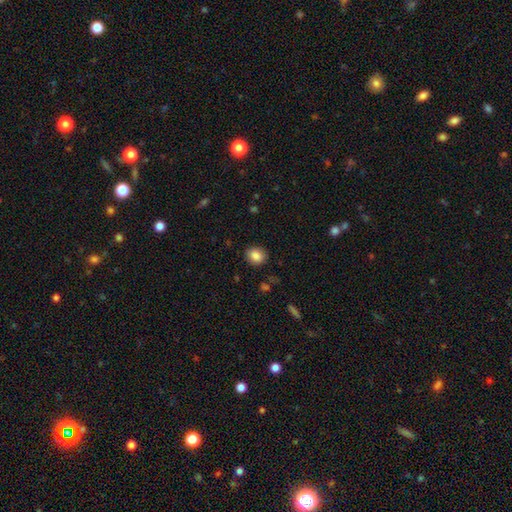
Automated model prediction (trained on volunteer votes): This is clearly a smooth galaxy (86%). How rounded: likely round (60%). Merging: clearly none (87%).